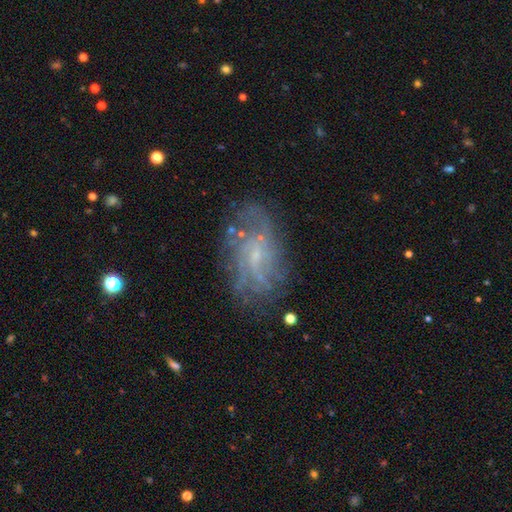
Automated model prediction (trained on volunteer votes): Morphology: type=featured or disk (72%); edge-on=no (95%); bar=no (55%); spiral arms=yes (78%); winding=tight (40%); arm count=can't tell (55%); bulge=small (69%); merging=none (68%).